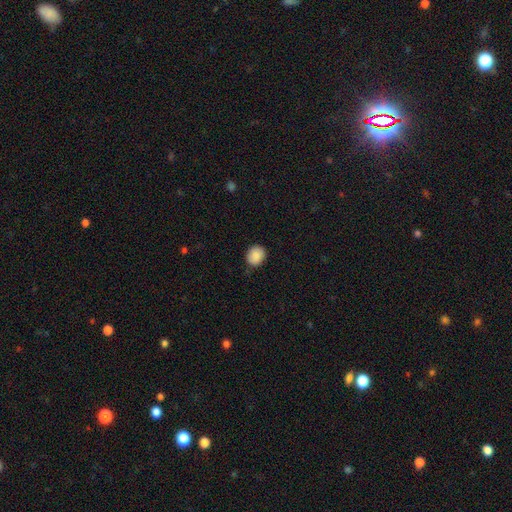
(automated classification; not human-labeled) Smooth or featured?
  - smooth: 87% *
  - star or artifact: 8%
  - featured or disk: 5%
How rounded?
  - round: 70% *
  - in between: 29%
  - cigar-shaped: 1%
Merging?
  - none: 84% *
  - minor disturbance: 13%
  - major disturbance: 2%
  - merger: 1%